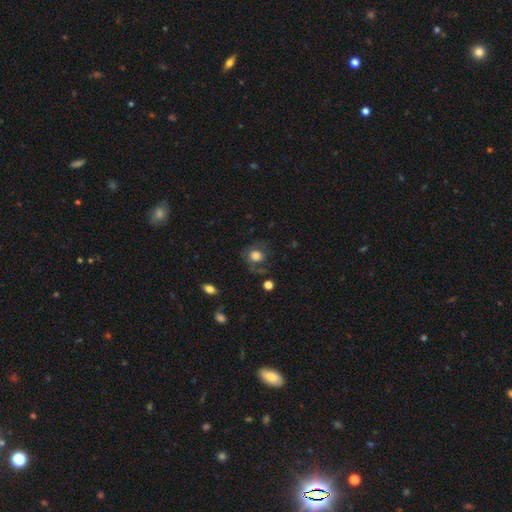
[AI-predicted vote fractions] Smooth or featured? Predicted: smooth (p=0.68). How rounded? Predicted: round (p=0.72). Merging? Predicted: none (p=0.58).